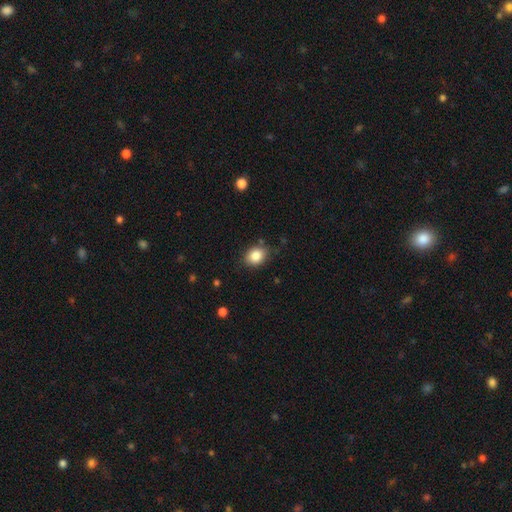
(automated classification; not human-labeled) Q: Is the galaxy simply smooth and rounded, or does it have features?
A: smooth — 85%.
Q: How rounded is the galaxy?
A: in between — 53%.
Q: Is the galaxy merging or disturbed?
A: none — 81%.